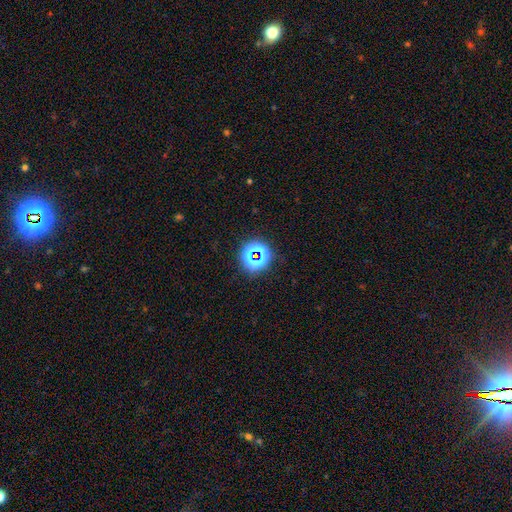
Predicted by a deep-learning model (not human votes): Overall: star or artifact (66%).